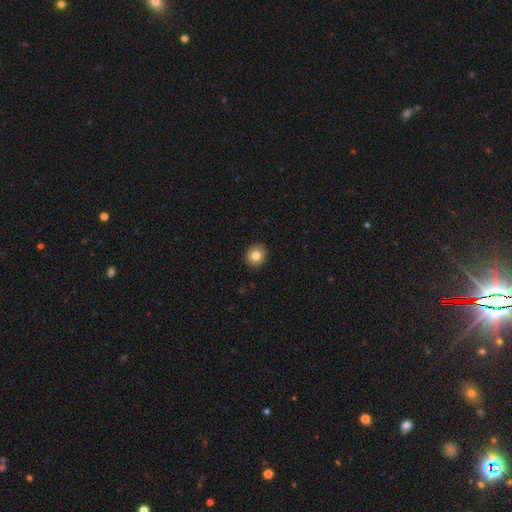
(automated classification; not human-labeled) smooth_or_featured: smooth (p=0.80) [alt: featured or disk p=0.10]
how_rounded: round (p=0.74) [alt: in between p=0.25]
merging: none (p=0.92) [alt: minor disturbance p=0.06]